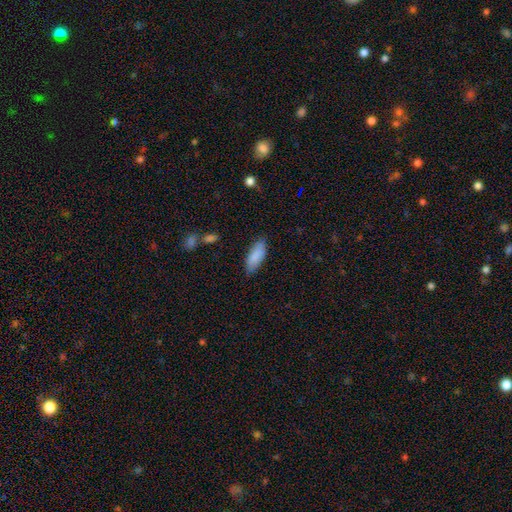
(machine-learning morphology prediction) type=smooth (86%); roundness=in between (77%); merging=none (80%).